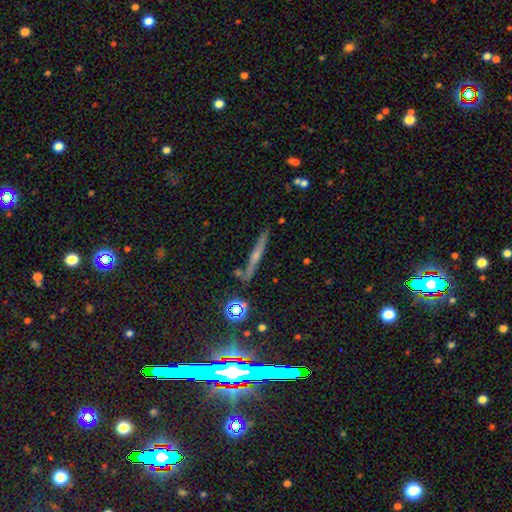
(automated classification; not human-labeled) This appears to be a featured or disk galaxy (54%) viewed edge-on (94%) with a rounded central bulge (59%). Merging: none (82%).